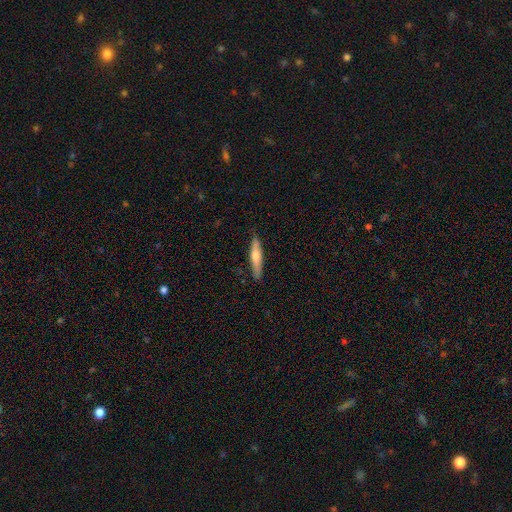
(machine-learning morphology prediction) The model was most divided on "smooth or featured": smooth: 53%, featured or disk: 41%, star or artifact: 5%. More confident: how rounded — cigar-shaped (88%); merging — none (88%).